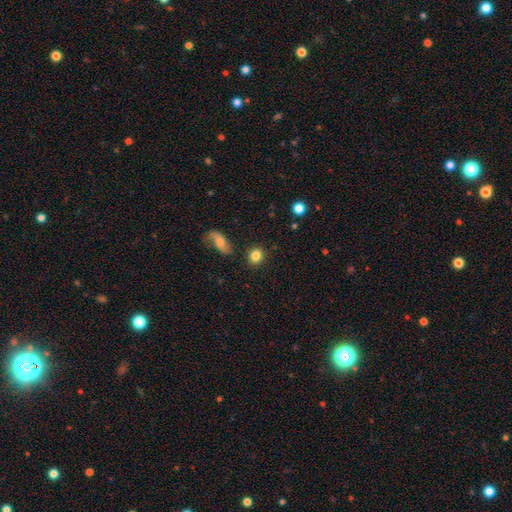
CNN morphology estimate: This is clearly a smooth galaxy (84%). How rounded: likely round (74%). Merging: clearly none (85%).